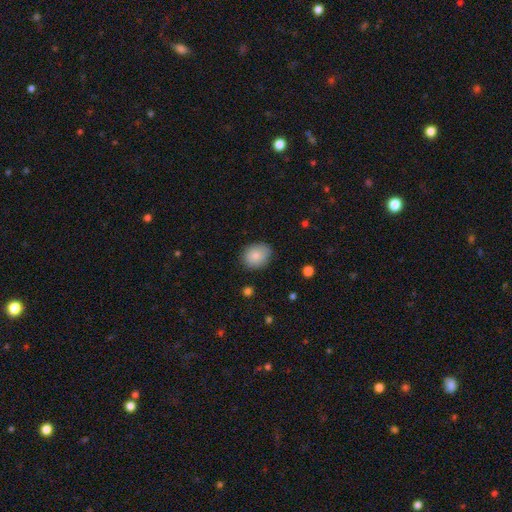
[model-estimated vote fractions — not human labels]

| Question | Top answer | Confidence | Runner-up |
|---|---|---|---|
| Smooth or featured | smooth | 86% | star or artifact (8%) |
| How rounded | round | 50% | in between (49%) |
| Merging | none | 84% | minor disturbance (12%) |